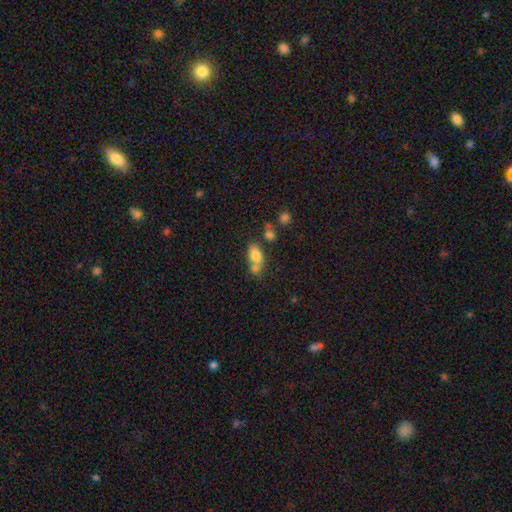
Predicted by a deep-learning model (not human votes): smooth-or-featured: smooth: 76% | featured or disk: 14% | star or artifact: 10%
  how-rounded: in between: 80% | round: 16% | cigar-shaped: 4%
  merging: merger: 45% | none: 37% | minor disturbance: 12% | major disturbance: 6%